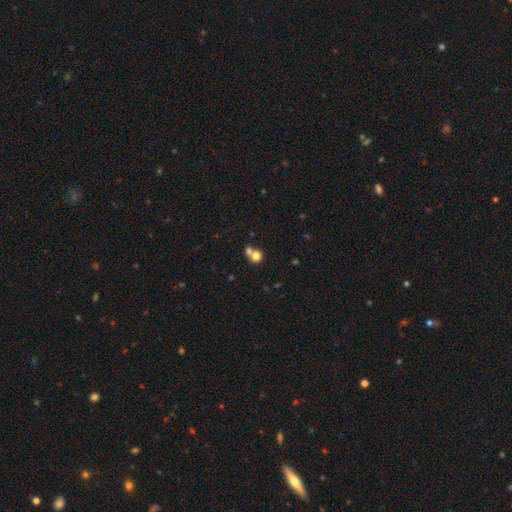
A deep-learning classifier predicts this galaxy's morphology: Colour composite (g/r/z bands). It shows a smooth galaxy with no disk features (76%) that is round (81%). Merging: merger (51%).